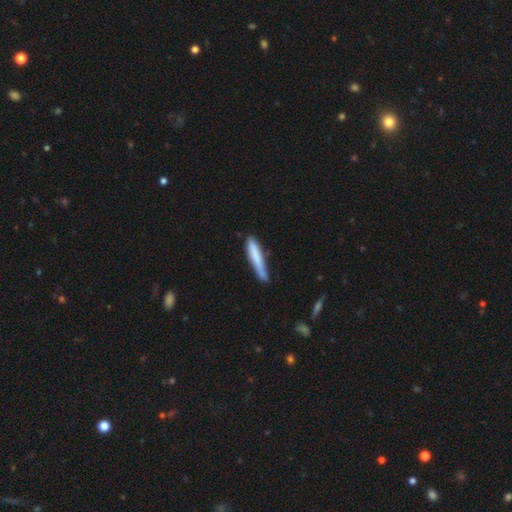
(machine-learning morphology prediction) This is likely a smooth galaxy (75%). How rounded: clearly cigar-shaped (93%). Merging: likely none (63%).